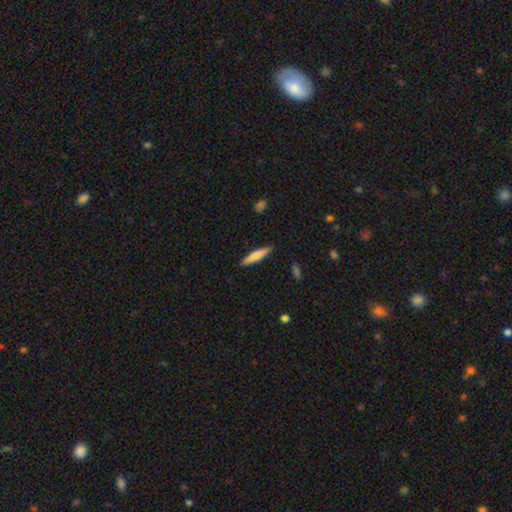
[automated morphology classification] The model was most divided on "smooth or featured": smooth: 72%, featured or disk: 22%, star or artifact: 6%. More confident: merging — none (90%); how rounded — cigar-shaped (86%).